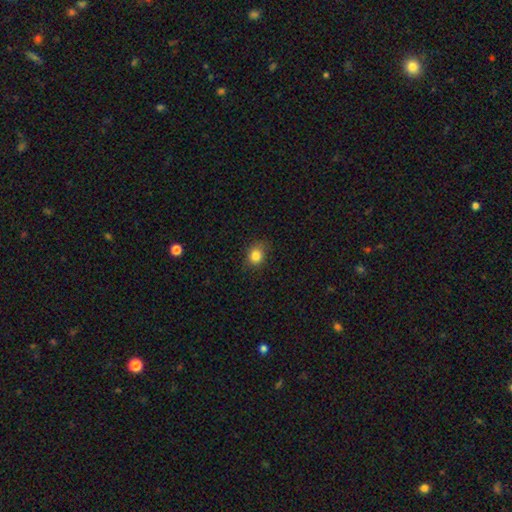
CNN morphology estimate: Overall: smooth (83%). How rounded: round (66%; in between 33%). Merging: none (78%).